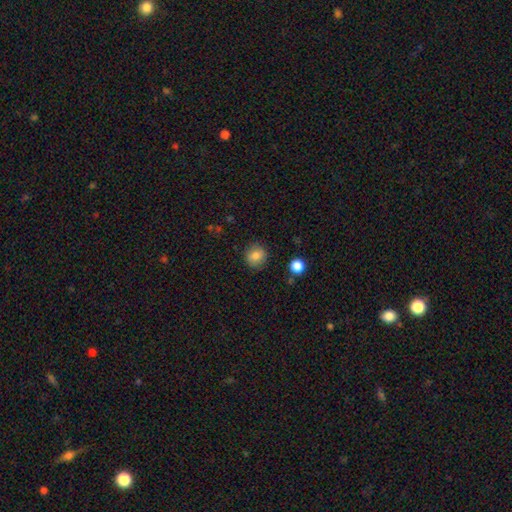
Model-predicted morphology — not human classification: Overall: smooth (84%). How rounded: round (85%). Merging: none (87%).